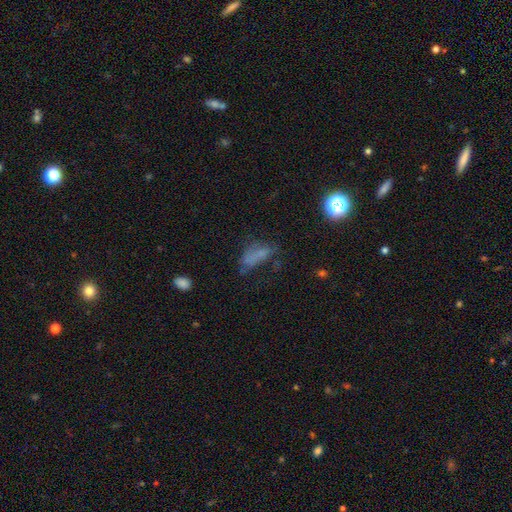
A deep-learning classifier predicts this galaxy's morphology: smooth_or_featured: smooth (p=0.56) [alt: star or artifact p=0.23]
how_rounded: in between (p=0.71) [alt: cigar-shaped p=0.21]
merging: none (p=0.40) [alt: major disturbance p=0.27]